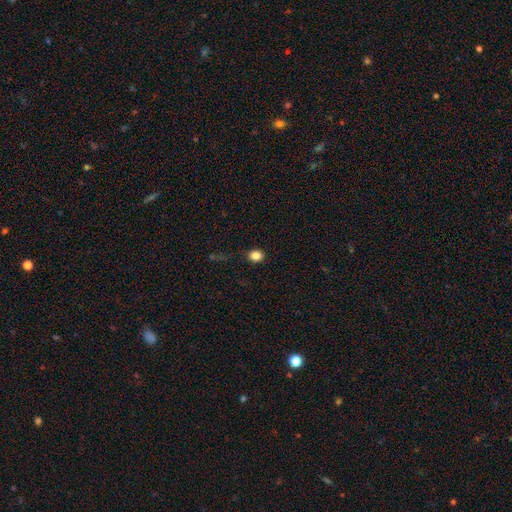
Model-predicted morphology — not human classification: Smooth or featured? Predicted: smooth (p=0.85). How rounded? Predicted: round (p=0.58). Merging? Predicted: none (p=0.87).